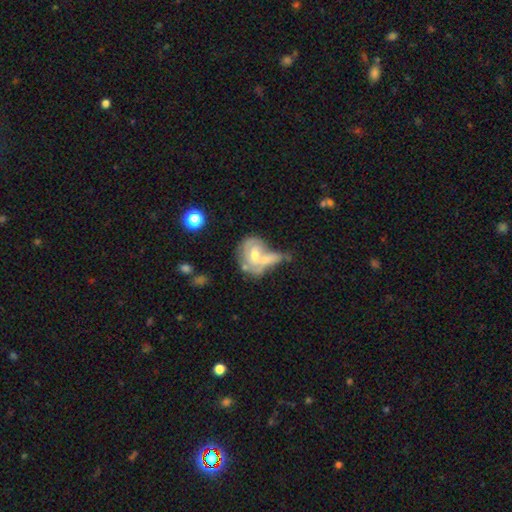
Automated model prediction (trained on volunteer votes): Smooth or featured? Predicted: featured or disk (p=0.60). Edge-on disk? Predicted: no (p=0.95). Bar? Predicted: no (p=0.63). Spiral arms? Predicted: yes (p=0.50, tied with no). Bulge size? Predicted: moderate (p=0.64). Merging? Predicted: merger (p=0.56).